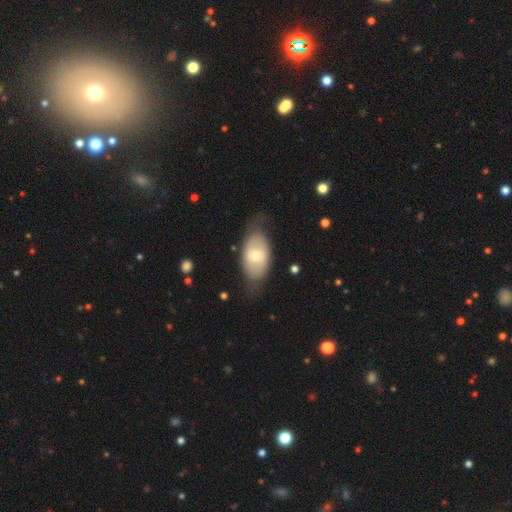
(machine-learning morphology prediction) Smooth or featured? smooth (59%)
How rounded? in between (92%)
Merging? none (65%)